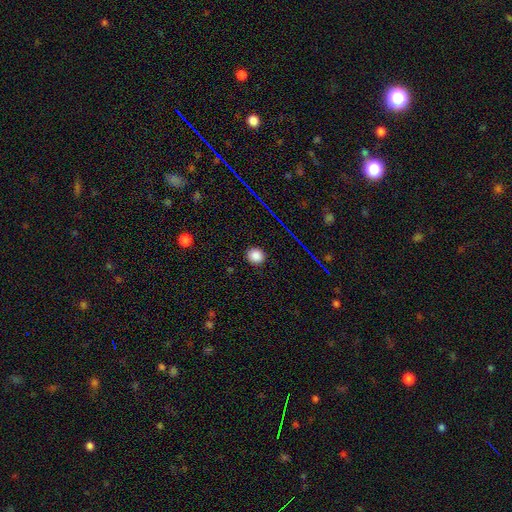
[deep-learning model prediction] smooth-or-featured: smooth: 83% | star or artifact: 13% | featured or disk: 4%
  how-rounded: round: 87% | in between: 12% | cigar-shaped: 1%
  merging: none: 91% | minor disturbance: 6% | major disturbance: 2% | merger: 1%